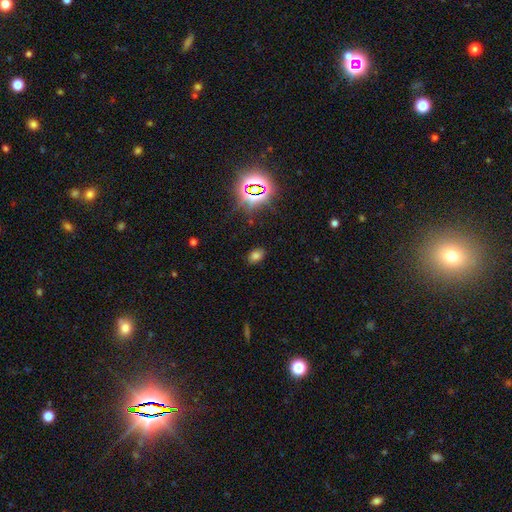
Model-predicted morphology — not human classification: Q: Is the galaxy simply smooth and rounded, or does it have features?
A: smooth — 67%.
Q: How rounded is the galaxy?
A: in between — 82%.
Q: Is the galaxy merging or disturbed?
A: none — 85%.